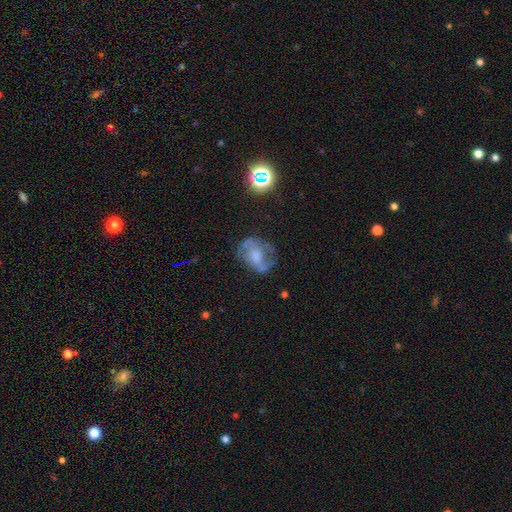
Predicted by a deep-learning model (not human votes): Q: Smooth or featured?
A: featured or disk (57%); runner-up: smooth (30%)
Q: Edge-on disk?
A: no (96%); runner-up: yes (4%)
Q: Bar?
A: no (60%); runner-up: weak (30%)
Q: Spiral arms?
A: yes (60%); runner-up: no (40%)
Q: Bulge size?
A: moderate (38%); runner-up: small (24%)
Q: Merging?
A: none (54%); runner-up: minor disturbance (24%)